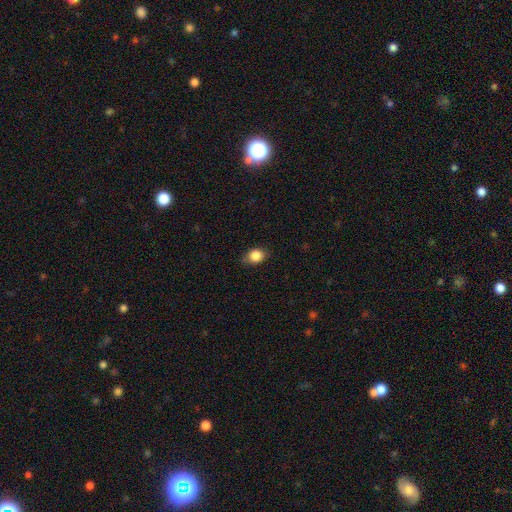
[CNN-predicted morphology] Smooth or featured? smooth (85%)
How rounded? in between (55%)
Merging? none (77%)